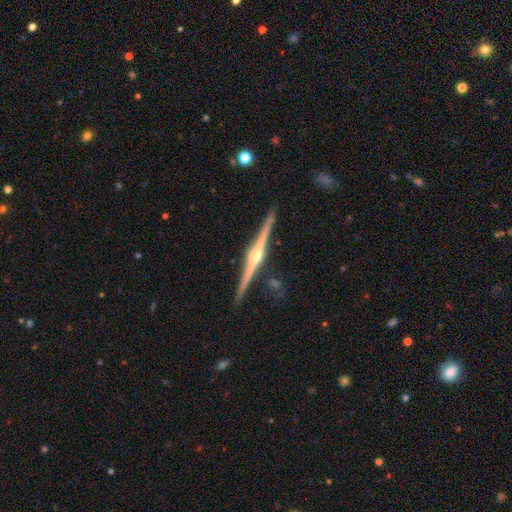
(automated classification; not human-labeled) This appears to be a featured or disk galaxy (89%) viewed edge-on (99%) with a rounded central bulge (89%). Merging: none (90%).